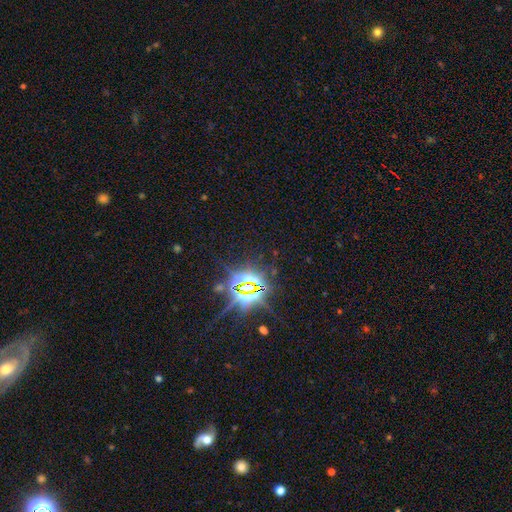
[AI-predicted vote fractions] Smooth or featured? Predicted: star or artifact (p=0.85).